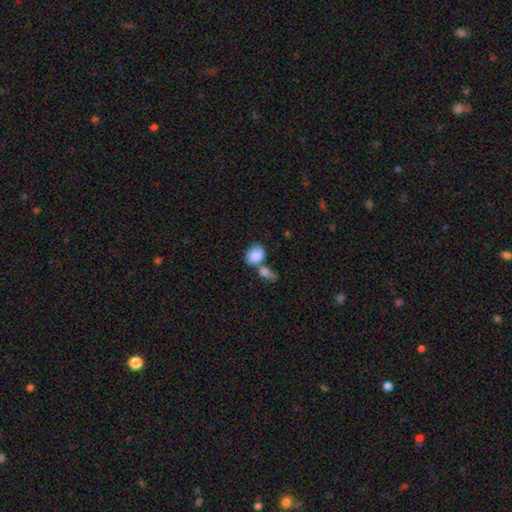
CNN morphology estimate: Q: Smooth or featured?
A: smooth (84%); runner-up: featured or disk (9%)
Q: How rounded?
A: in between (65%); runner-up: round (34%)
Q: Merging?
A: merger (51%); runner-up: none (30%)